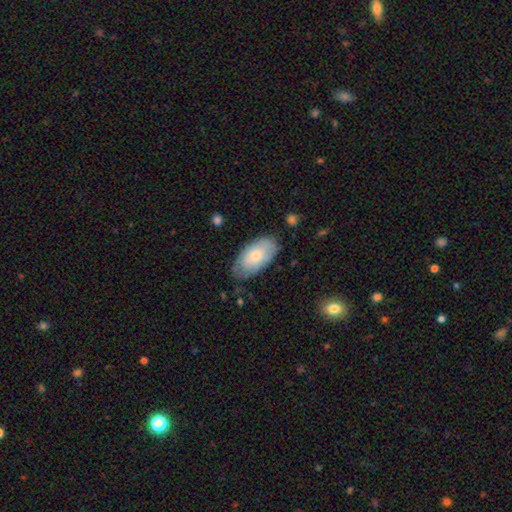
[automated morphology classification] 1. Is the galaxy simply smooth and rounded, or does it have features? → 64% smooth, 31% featured or disk, 5% star or artifact.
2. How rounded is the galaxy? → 95% in between, 3% round, 2% cigar-shaped.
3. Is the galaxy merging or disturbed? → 71% none, 23% minor disturbance, 5% major disturbance, 1% merger.